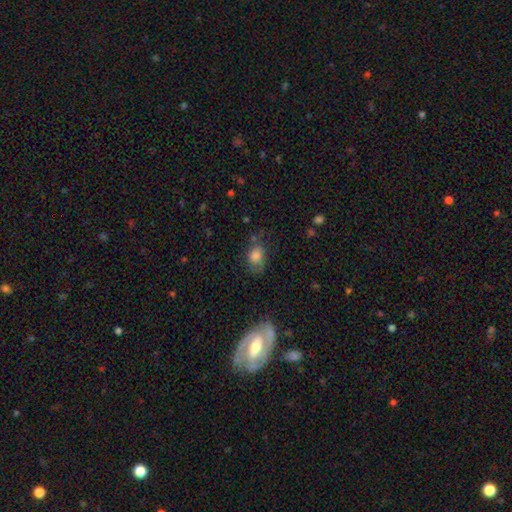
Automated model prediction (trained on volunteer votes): Smooth or featured: smooth — 72% (featured or disk — 16%)
How rounded: in between — 75% (round — 23%)
Merging: none — 59% (minor disturbance — 26%)